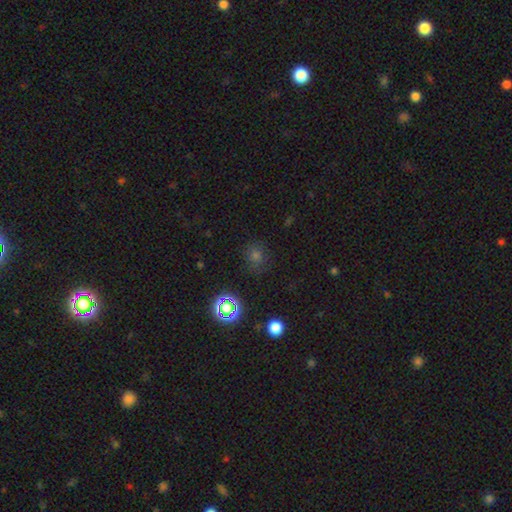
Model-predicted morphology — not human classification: type=smooth (59%); roundness=round (82%); merging=none (84%).